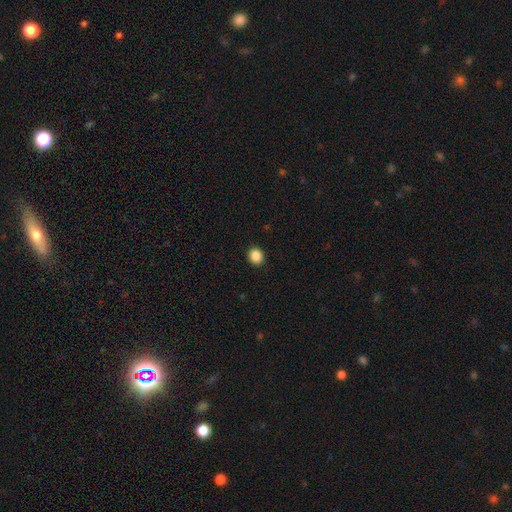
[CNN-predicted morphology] Smooth or featured? smooth (87%)
How rounded? round (73%)
Merging? none (91%)